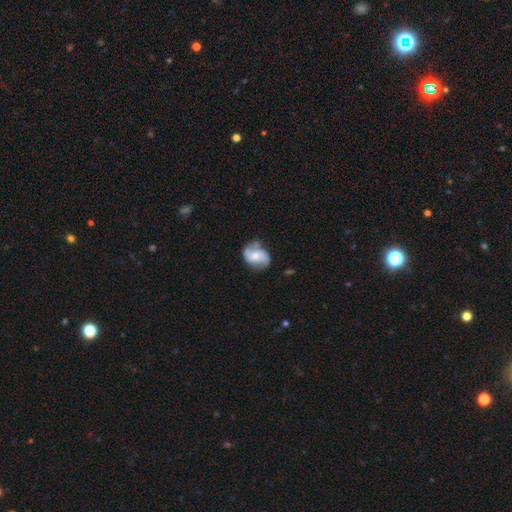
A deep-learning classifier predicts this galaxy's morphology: Smooth or featured: featured or disk — 64% (smooth — 29%)
Edge-on disk: no — 97% (yes — 3%)
Bar: no — 60% (weak — 32%)
Spiral arms: yes — 91% (no — 9%)
Spiral winding: medium — 43% (loose — 38%)
Spiral arm count: 2 — 85% (can't tell — 7%)
Bulge size: moderate — 46% (small — 40%)
Merging: none — 66% (minor disturbance — 23%)